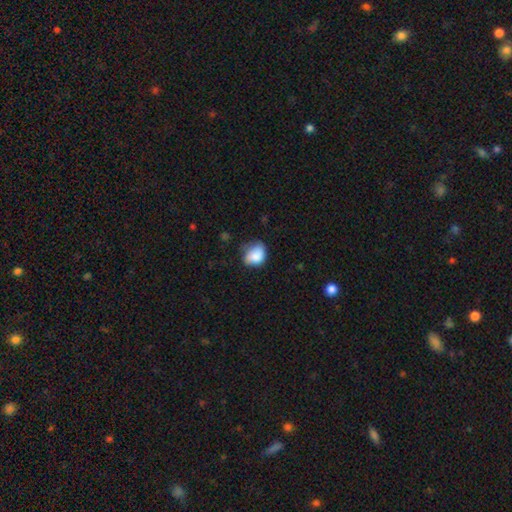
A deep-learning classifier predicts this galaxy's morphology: Smooth or featured? Predicted: smooth (p=0.83). How rounded? Predicted: in between (p=0.54). Merging? Predicted: none (p=0.47).